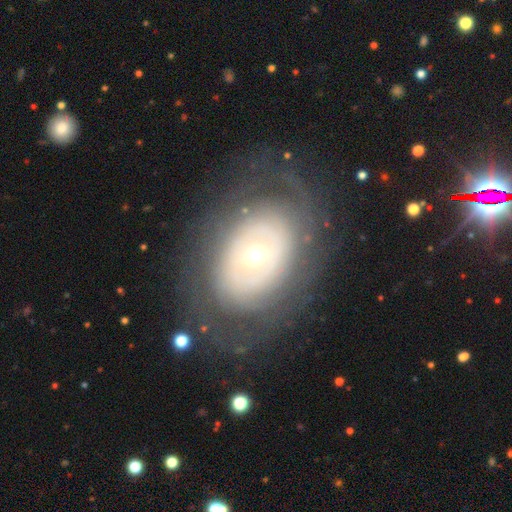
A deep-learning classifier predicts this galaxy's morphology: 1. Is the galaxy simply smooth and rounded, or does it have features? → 67% featured or disk, 26% smooth, 7% star or artifact.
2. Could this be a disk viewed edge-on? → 94% no, 6% yes.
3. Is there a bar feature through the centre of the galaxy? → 84% no, 11% weak, 5% strong.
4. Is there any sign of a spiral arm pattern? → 57% no, 43% yes.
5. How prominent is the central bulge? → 57% small, 38% moderate, 3% large, 1% dominant, 1% none.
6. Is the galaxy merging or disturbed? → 73% none, 14% minor disturbance, 11% major disturbance, 1% merger.